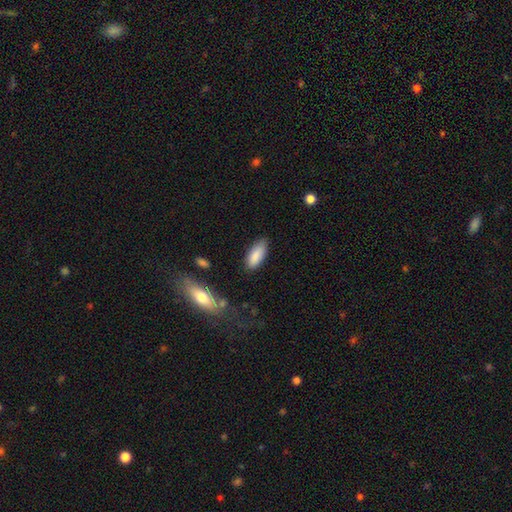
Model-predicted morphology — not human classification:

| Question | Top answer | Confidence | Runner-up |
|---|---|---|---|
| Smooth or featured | smooth | 87% | star or artifact (7%) |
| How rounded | in between | 80% | cigar-shaped (18%) |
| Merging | none | 77% | minor disturbance (18%) |